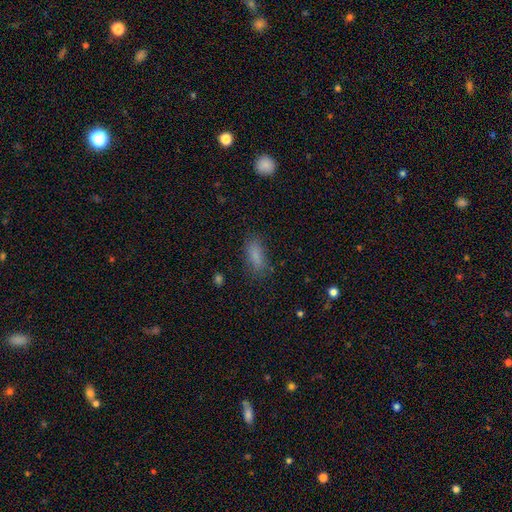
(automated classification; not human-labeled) The model was most divided on "how rounded": in between: 77%, cigar-shaped: 19%, round: 3%. More confident: smooth or featured — smooth (83%); merging — none (77%).